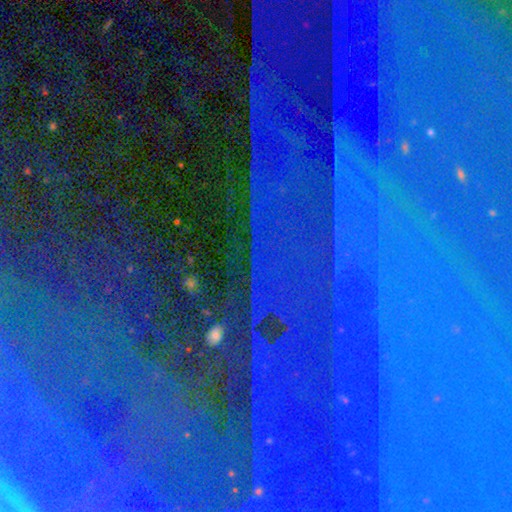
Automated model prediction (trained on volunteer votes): smooth_or_featured: star or artifact (p=0.85) [alt: featured or disk p=0.08]